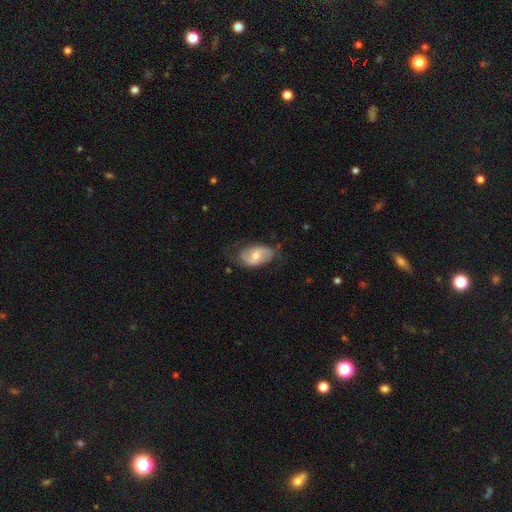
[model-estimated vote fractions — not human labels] Overall: featured or disk (52%; smooth 42%). Edge-on disk: no (94%). Merging: none (62%; minor disturbance 27%).